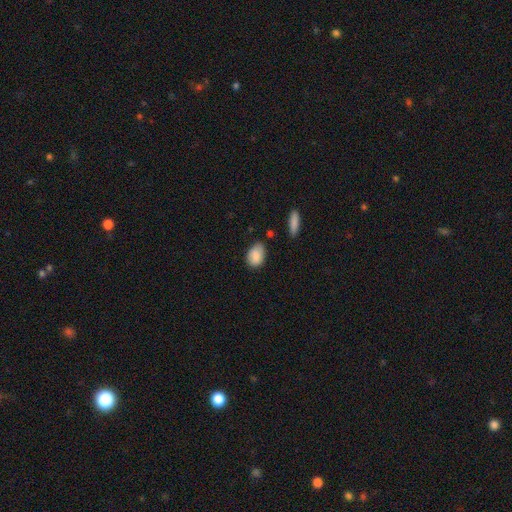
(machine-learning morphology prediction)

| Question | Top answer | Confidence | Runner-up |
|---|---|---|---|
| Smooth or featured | smooth | 87% | star or artifact (7%) |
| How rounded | in between | 83% | round (16%) |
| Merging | none | 70% | minor disturbance (23%) |